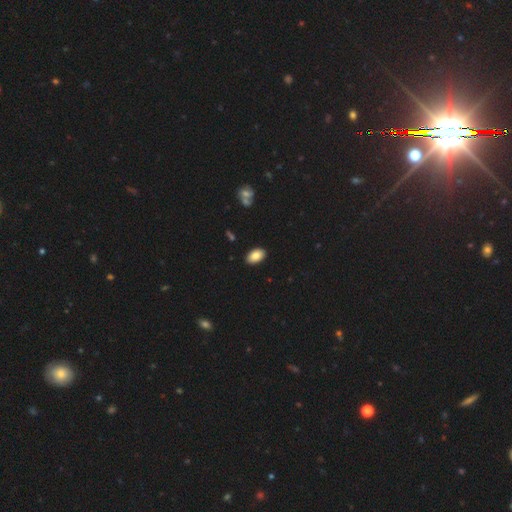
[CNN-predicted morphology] This is clearly a smooth galaxy (85%). How rounded: clearly in between (93%). Merging: clearly none (89%).